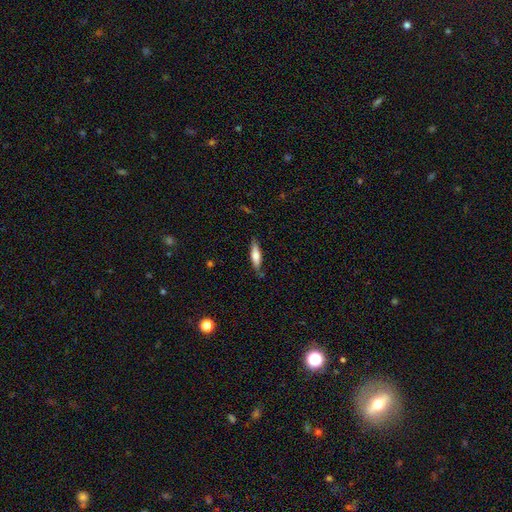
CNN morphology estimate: Overall: smooth (60%; featured or disk 34%). How rounded: cigar-shaped (67%; in between 31%). Merging: none (80%).